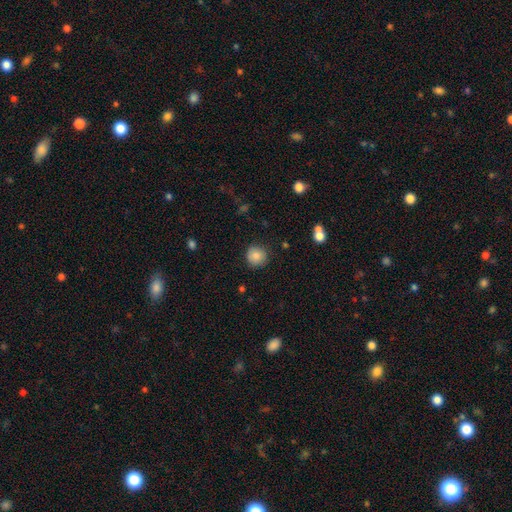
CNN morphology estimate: smooth 84%, star or artifact 9%, featured or disk 7%. Down the decision tree: how rounded — round (93%); merging — none (87%).